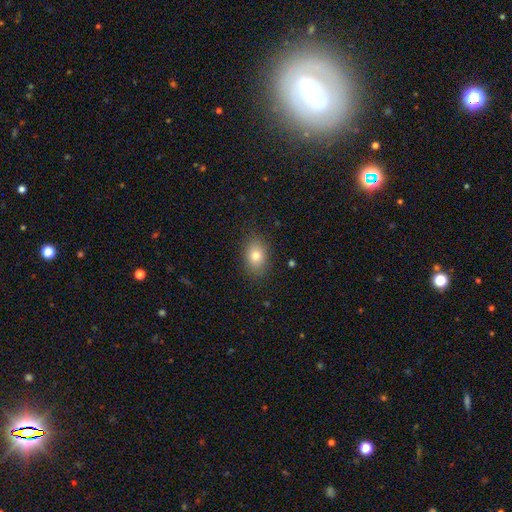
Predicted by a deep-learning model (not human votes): smooth_or_featured: smooth (p=0.79) [alt: featured or disk p=0.11]
how_rounded: in between (p=0.73) [alt: round p=0.26]
merging: none (p=0.86) [alt: minor disturbance p=0.10]